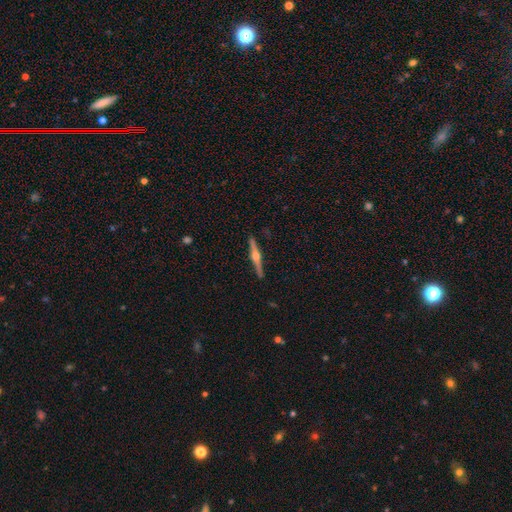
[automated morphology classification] This appears to be a featured or disk galaxy (81%) viewed edge-on (99%) with a rounded central bulge (93%). Merging: none (91%).